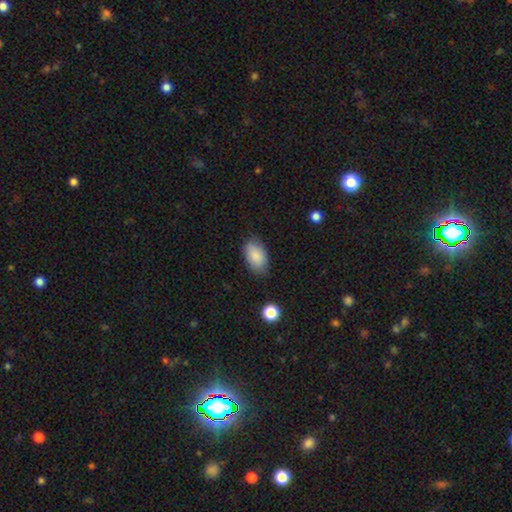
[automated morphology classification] Smooth or featured: smooth — 86% (featured or disk — 7%)
How rounded: in between — 93% (round — 5%)
Merging: none — 78% (minor disturbance — 17%)